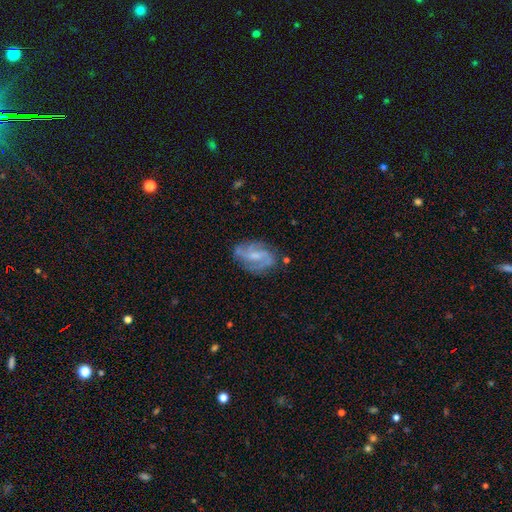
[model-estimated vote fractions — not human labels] Overall: featured or disk (77%). Edge-on disk: no (97%). Bar: weak (49%; no 36%). Spiral arms: yes (92%). Spiral arm count: 2 (53%; 3 21%). Spiral winding: medium (47%; loose 31%). Bulge size: small (44%; moderate 34%). Merging: none (70%).